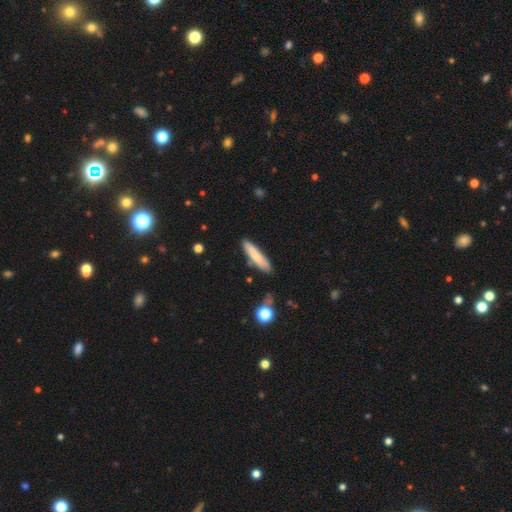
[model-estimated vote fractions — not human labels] Morphology: type=smooth (75%); roundness=cigar-shaped (81%); merging=none (81%).